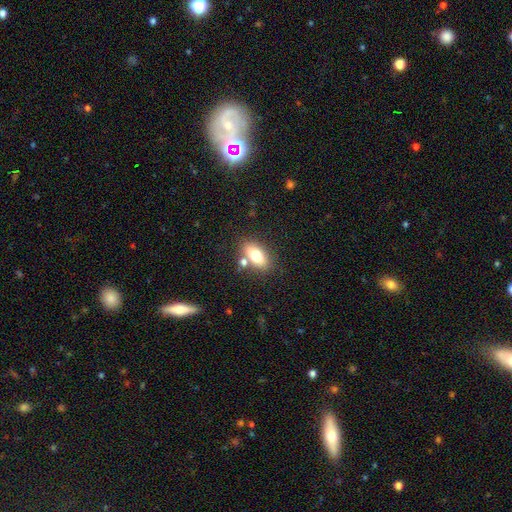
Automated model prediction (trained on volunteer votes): Smooth or featured: smooth — 75% (featured or disk — 17%)
How rounded: in between — 85% (cigar-shaped — 8%)
Merging: none — 71% (merger — 14%)